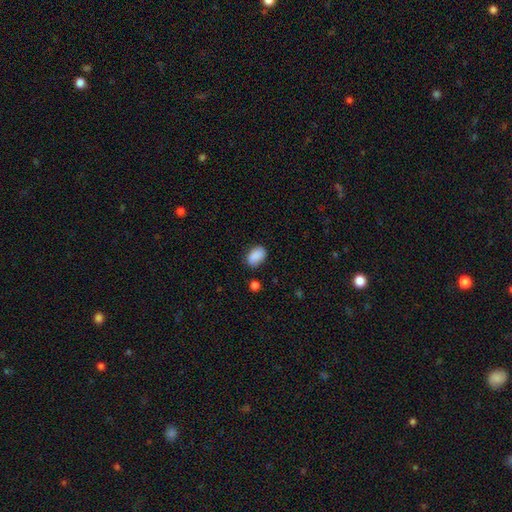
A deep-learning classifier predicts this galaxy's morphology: Smooth or featured? Predicted: smooth (p=0.89). How rounded? Predicted: in between (p=0.88). Merging? Predicted: none (p=0.79).